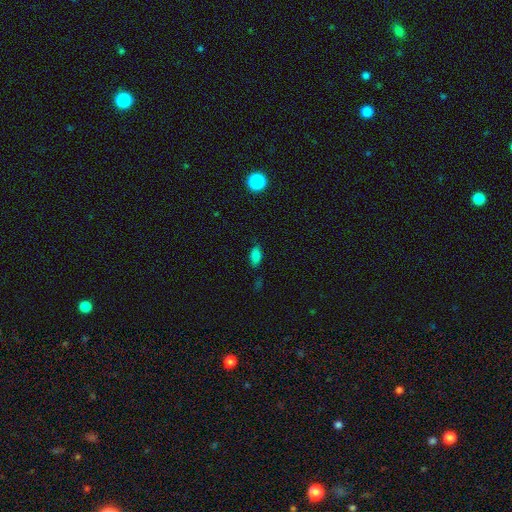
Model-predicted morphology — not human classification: smooth-or-featured: smooth: 80% | star or artifact: 14% | featured or disk: 6%
  how-rounded: in between: 88% | cigar-shaped: 8% | round: 4%
  merging: none: 73% | minor disturbance: 20% | major disturbance: 5% | merger: 3%